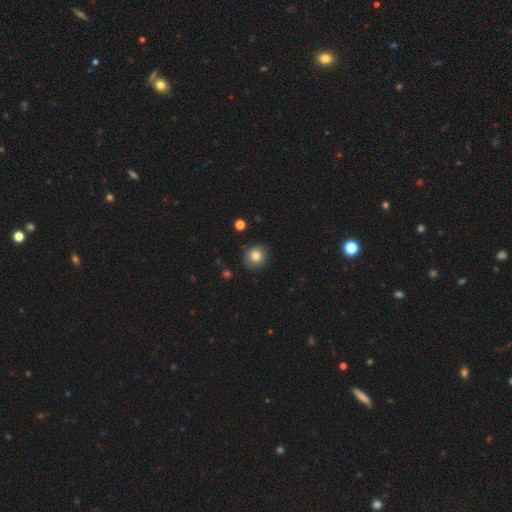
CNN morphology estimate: type=smooth (82%); roundness=round (89%); merging=none (87%).